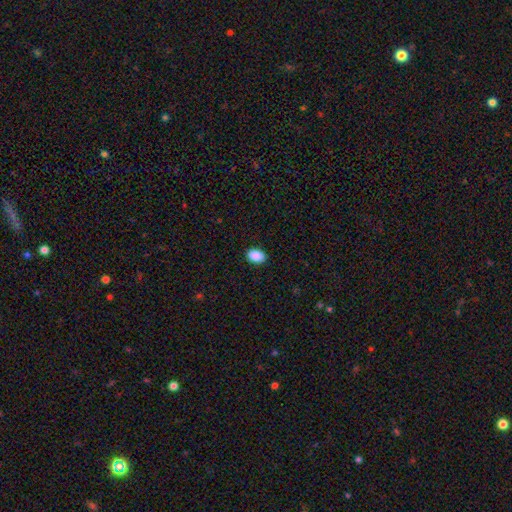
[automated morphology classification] Smooth or featured: smooth — 90% (star or artifact — 7%)
How rounded: in between — 86% (round — 13%)
Merging: none — 90% (minor disturbance — 8%)